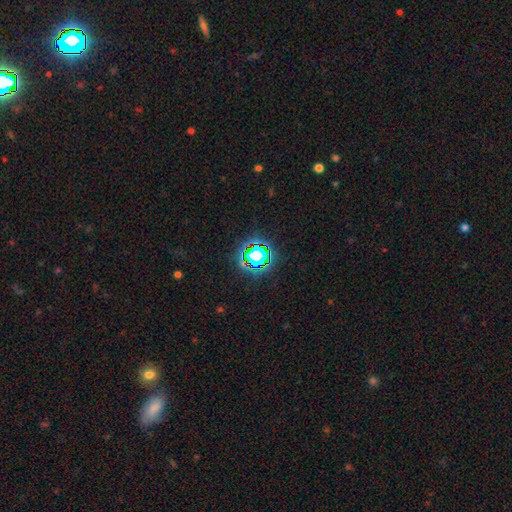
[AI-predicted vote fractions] This appears to be a star or artifact, not a galaxy (68%).